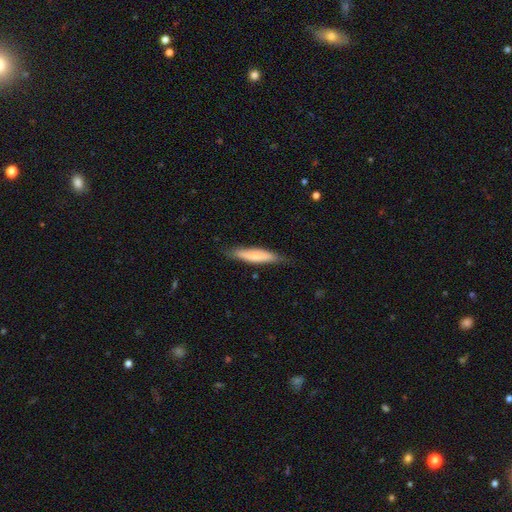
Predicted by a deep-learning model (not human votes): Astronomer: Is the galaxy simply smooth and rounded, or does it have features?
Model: smooth — 71%.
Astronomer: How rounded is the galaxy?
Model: cigar-shaped — 85%.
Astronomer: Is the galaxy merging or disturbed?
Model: none — 80%.